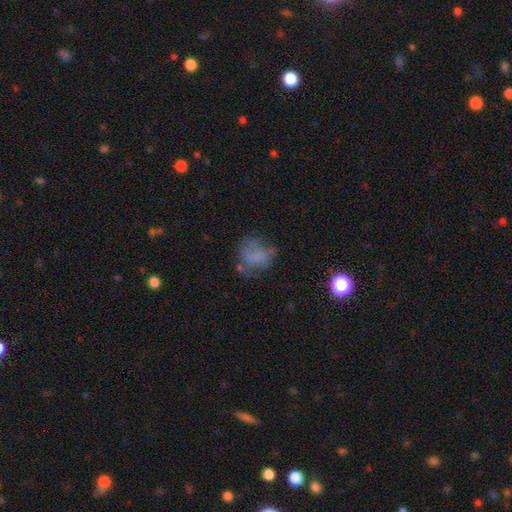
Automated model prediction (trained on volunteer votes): Q: Smooth or featured?
A: smooth (51%); runner-up: featured or disk (34%)
Q: How rounded?
A: round (58%); runner-up: in between (41%)
Q: Merging?
A: none (44%); runner-up: major disturbance (26%)